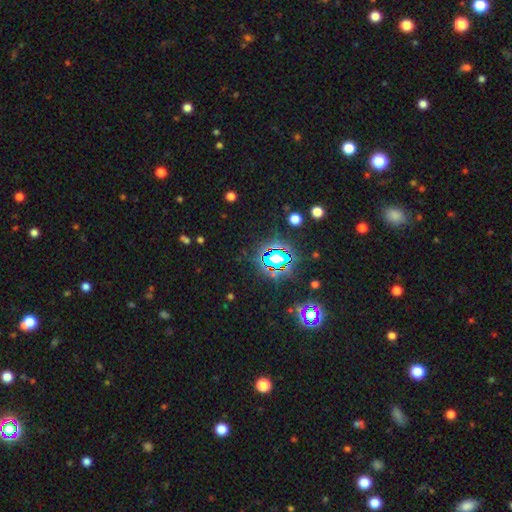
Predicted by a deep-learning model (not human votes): Smooth or featured?
  - star or artifact: 82% *
  - smooth: 11%
  - featured or disk: 7%